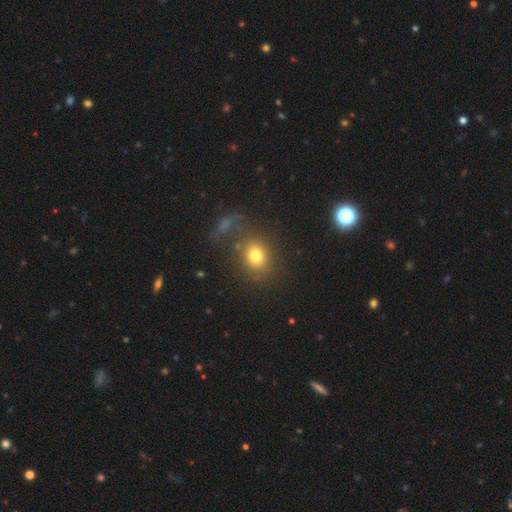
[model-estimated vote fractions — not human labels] smooth-or-featured: smooth: 76% | star or artifact: 13% | featured or disk: 11%
  how-rounded: round: 64% | in between: 35% | cigar-shaped: 1%
  merging: none: 68% | minor disturbance: 13% | major disturbance: 10% | merger: 9%